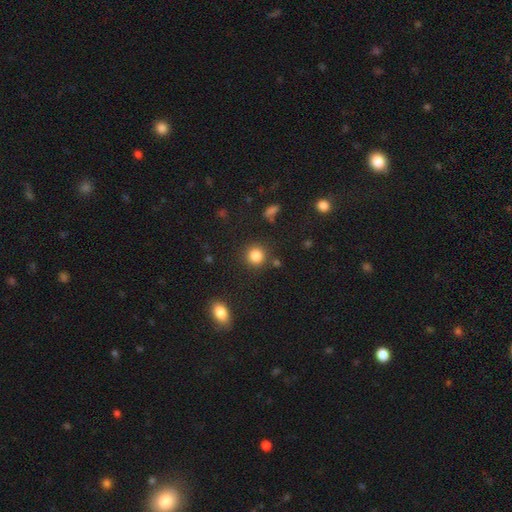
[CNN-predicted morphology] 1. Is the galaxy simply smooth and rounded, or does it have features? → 84% smooth, 11% star or artifact, 5% featured or disk.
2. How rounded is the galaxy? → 89% round, 10% in between, 1% cigar-shaped.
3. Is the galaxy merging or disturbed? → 84% none, 8% minor disturbance, 4% merger, 3% major disturbance.